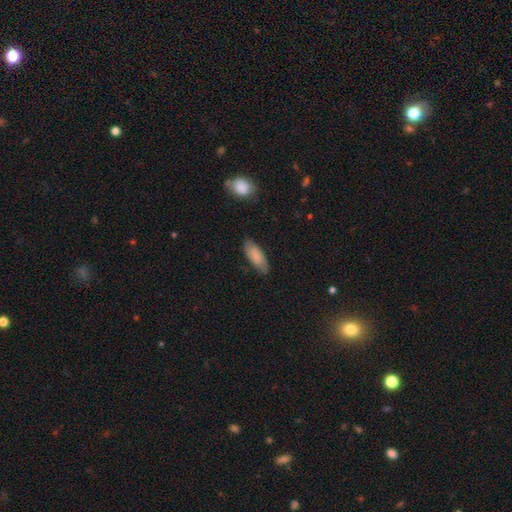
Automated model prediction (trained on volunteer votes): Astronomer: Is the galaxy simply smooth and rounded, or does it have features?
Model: smooth — 81%.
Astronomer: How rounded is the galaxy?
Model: in between — 73%.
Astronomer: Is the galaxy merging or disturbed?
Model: none — 79%.